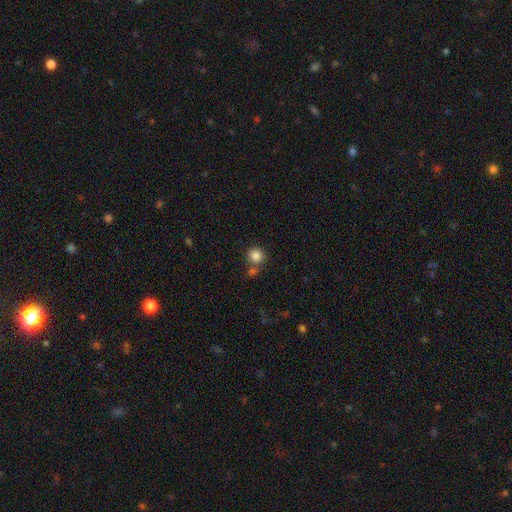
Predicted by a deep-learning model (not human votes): A smooth galaxy with no disk features (85%) that is round (91%). Merging: none (68%).